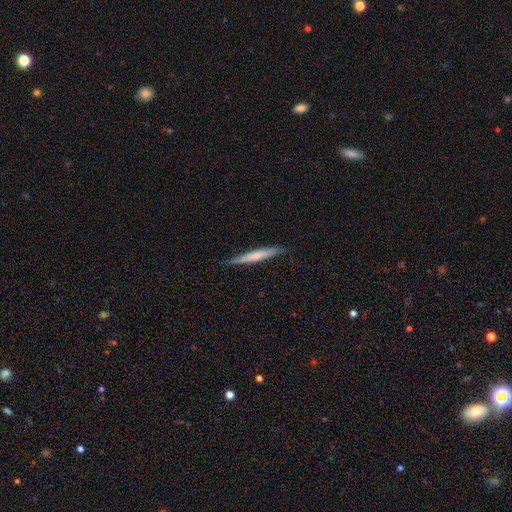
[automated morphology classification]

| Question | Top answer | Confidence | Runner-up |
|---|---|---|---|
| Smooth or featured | smooth | 57% | featured or disk (38%) |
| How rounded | cigar-shaped | 95% | in between (3%) |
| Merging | none | 85% | minor disturbance (12%) |